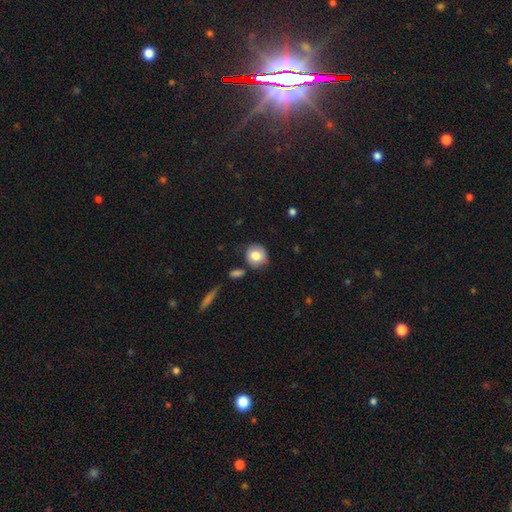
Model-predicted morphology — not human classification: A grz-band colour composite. It shows a smooth galaxy with no disk features (79%) that is round (82%). Merging: none (75%).